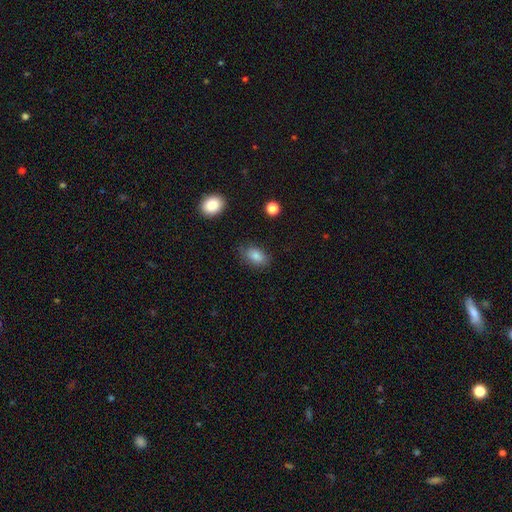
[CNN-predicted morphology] Smooth or featured?
  - smooth: 84% *
  - star or artifact: 9%
  - featured or disk: 7%
How rounded?
  - in between: 88% *
  - round: 10%
  - cigar-shaped: 2%
Merging?
  - none: 75% *
  - minor disturbance: 19%
  - major disturbance: 5%
  - merger: 2%